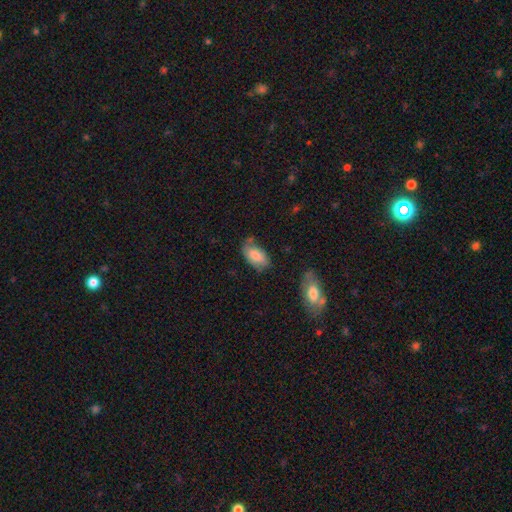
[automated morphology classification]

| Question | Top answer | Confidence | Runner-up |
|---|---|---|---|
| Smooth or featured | smooth | 77% | featured or disk (17%) |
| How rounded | in between | 94% | round (4%) |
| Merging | none | 51% | minor disturbance (32%) |